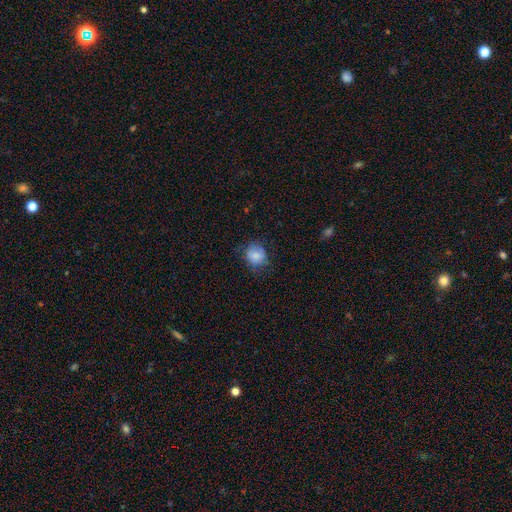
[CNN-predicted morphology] Smooth or featured: smooth — 80% (featured or disk — 11%)
How rounded: round — 73% (in between — 26%)
Merging: none — 67% (minor disturbance — 23%)